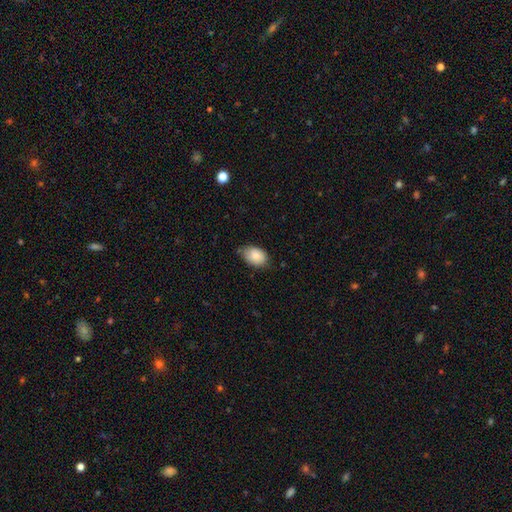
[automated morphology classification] This is clearly a smooth galaxy (85%). How rounded: clearly in between (85%). Merging: likely none (68%).